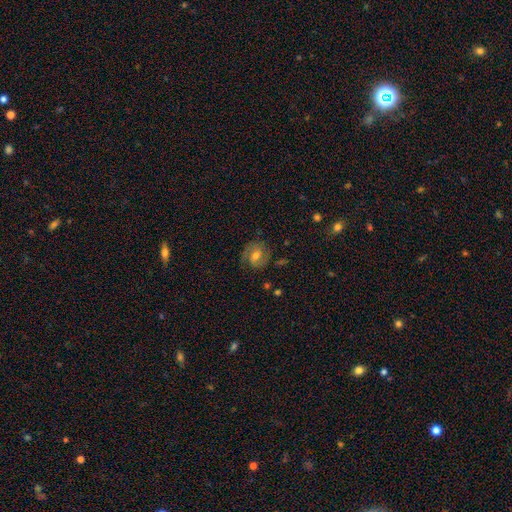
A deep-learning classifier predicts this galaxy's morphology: featured or disk 68%, smooth 23%, star or artifact 8%. Down the decision tree: edge-on disk — no (97%); bar — weak (48%); spiral arms — yes (90%); spiral arm count — 2 (82%); spiral winding — medium (48%); bulge size — moderate (63%); merging — none (75%).